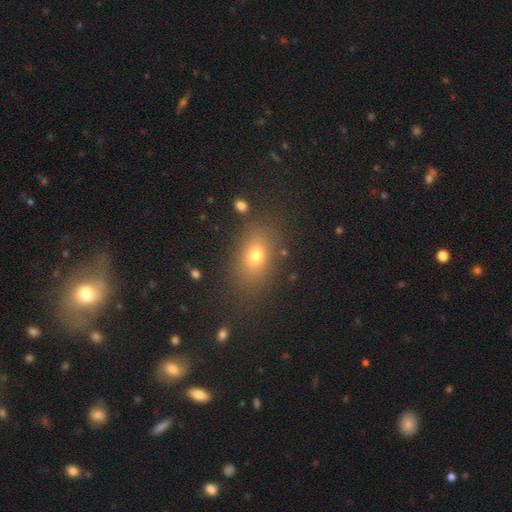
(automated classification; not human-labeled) smooth 70%, star or artifact 17%, featured or disk 13%. Down the decision tree: how rounded — in between (75%); merging — none (83%).